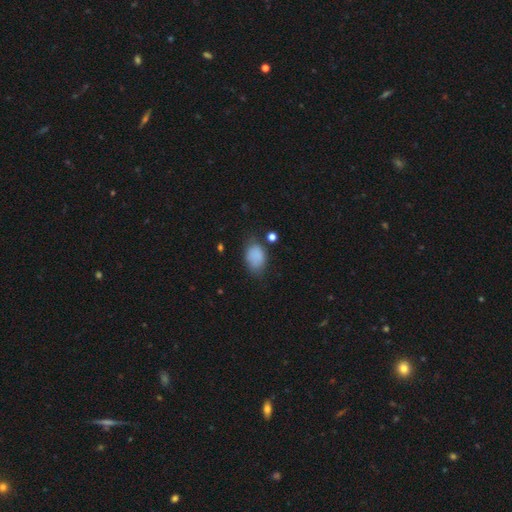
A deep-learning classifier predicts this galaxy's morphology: This appears to be a smooth galaxy with no disk features (84%) that is in between round and cigar-shaped (84%). Merging: none (61%).